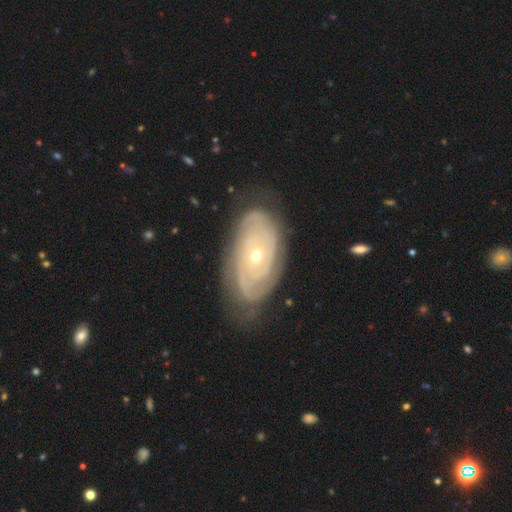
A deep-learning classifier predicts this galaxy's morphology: smooth-or-featured: featured or disk: 88% | smooth: 7% | star or artifact: 5%
  disk-edge-on: no: 95% | yes: 5%
    bar: no: 79% | weak: 15% | strong: 5%
    has-spiral-arms: yes: 95% | no: 5%
      spiral-winding: tight: 81% | medium: 15% | loose: 3%
      spiral-arm-count: 2: 32% | can't tell: 28% | 3: 21% | 4: 8% | more than 4: 5% | 1: 5%
    bulge-size: small: 54% | moderate: 44% | large: 1% | dominant: 1% | none: 1%
  merging: none: 77% | minor disturbance: 17% | major disturbance: 5% | merger: 1%